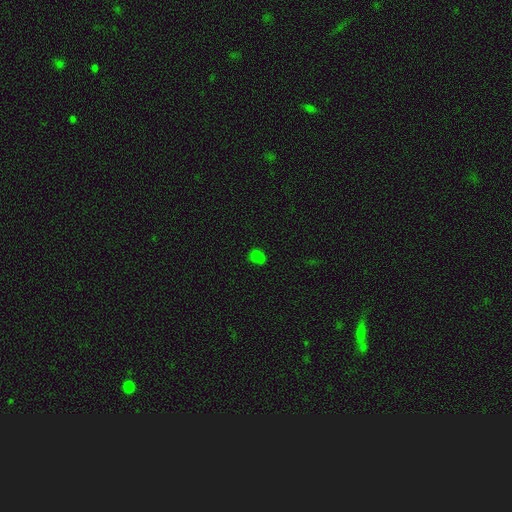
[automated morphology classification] Smooth or featured: smooth — 64% (star or artifact — 25%)
How rounded: round — 63% (in between — 36%)
Merging: merger — 47% (none — 39%)